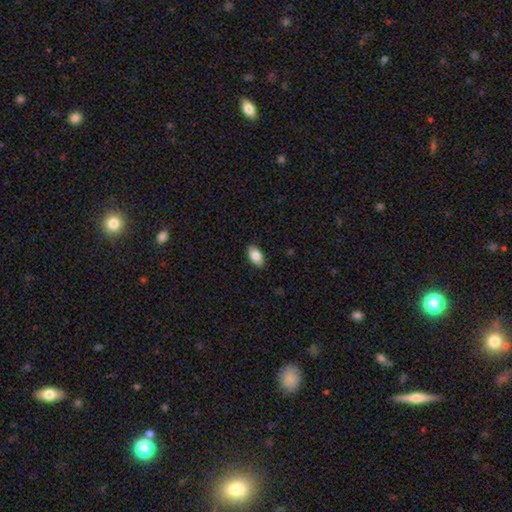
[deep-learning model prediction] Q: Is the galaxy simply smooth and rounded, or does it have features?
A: smooth — 83%.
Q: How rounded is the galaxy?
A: in between — 93%.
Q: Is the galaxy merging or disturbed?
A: none — 89%.